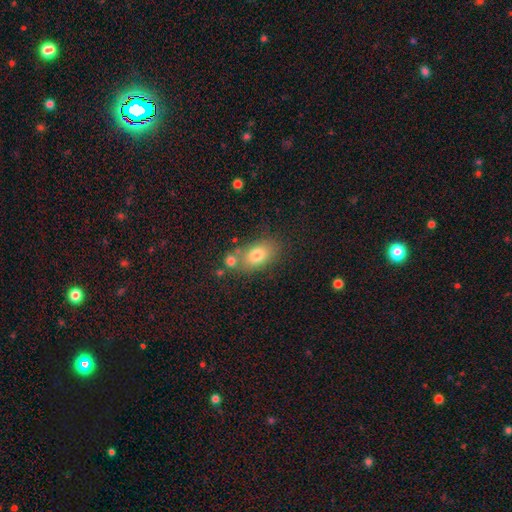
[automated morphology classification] A smooth galaxy with no disk features (74%) that is in between round and cigar-shaped (78%).

Vote fractions:
- Smooth or featured? smooth: 74% / star or artifact: 14% / featured or disk: 13%
- How rounded? in between: 78% / round: 19% / cigar-shaped: 3%
- Merging? none: 65% / merger: 18% / minor disturbance: 13% / major disturbance: 4%